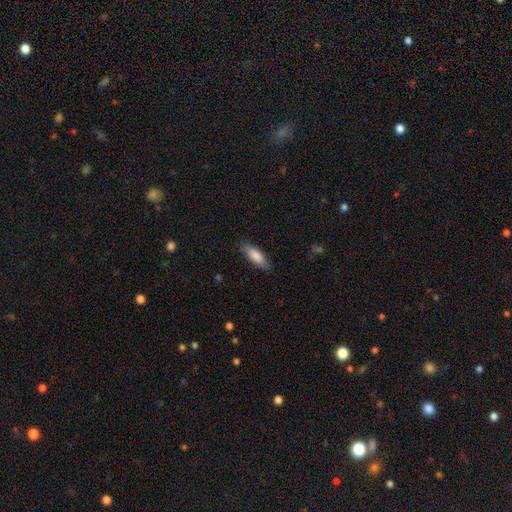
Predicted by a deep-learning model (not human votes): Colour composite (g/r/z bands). It shows a smooth galaxy with no disk features (85%) that is in between round and cigar-shaped (53%). Merging: none (86%).